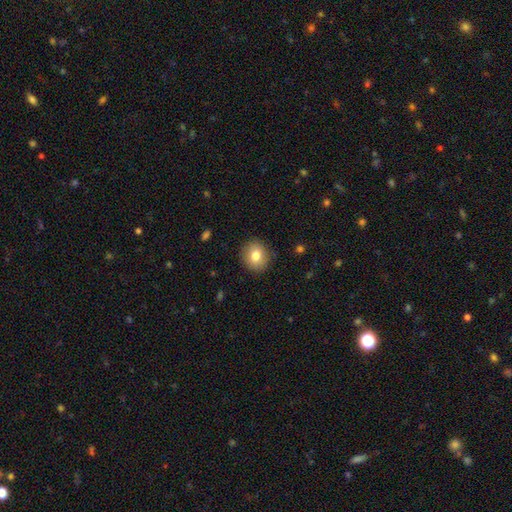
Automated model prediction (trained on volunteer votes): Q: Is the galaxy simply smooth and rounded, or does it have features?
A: smooth — 80%.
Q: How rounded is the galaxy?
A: round — 75%.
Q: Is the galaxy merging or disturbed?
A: none — 89%.